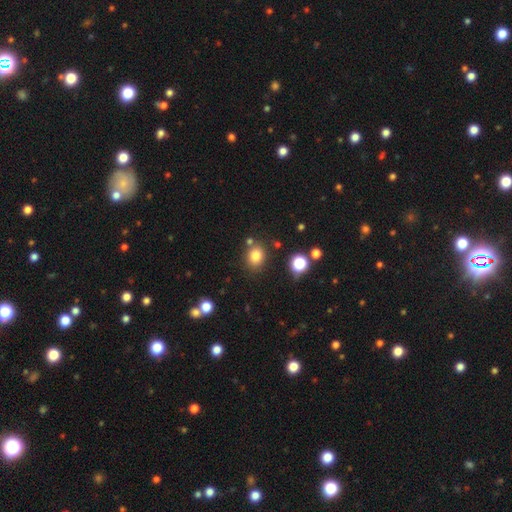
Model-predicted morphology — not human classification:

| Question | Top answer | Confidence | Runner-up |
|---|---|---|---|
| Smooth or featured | smooth | 80% | star or artifact (13%) |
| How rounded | round | 60% | in between (39%) |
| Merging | none | 77% | minor disturbance (11%) |